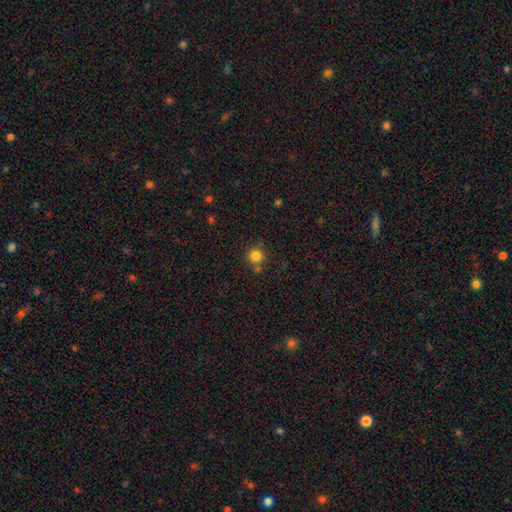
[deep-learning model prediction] Smooth or featured? smooth (82%)
How rounded? round (93%)
Merging? none (74%)